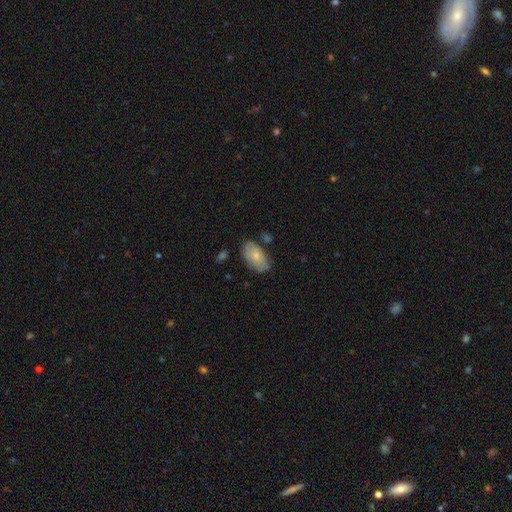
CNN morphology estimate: This is likely a smooth galaxy (72%). How rounded: clearly in between (93%). Merging: likely none (69%).